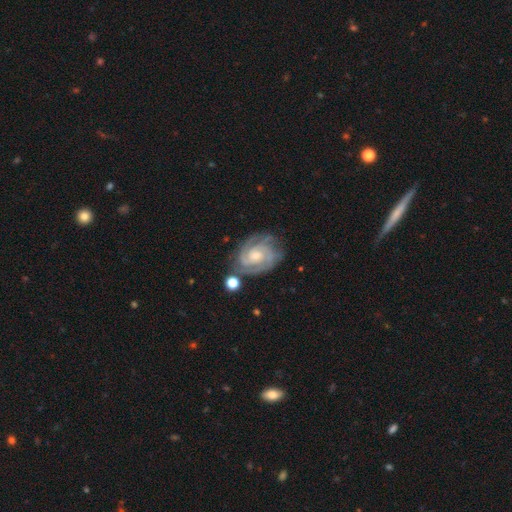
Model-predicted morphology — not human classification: Smooth or featured? Predicted: featured or disk (p=0.89). Edge-on disk? Predicted: no (p=0.98). Bar? Predicted: no (p=0.66). Spiral arms? Predicted: yes (p=0.98). Spiral winding? Predicted: tight (p=0.67). Spiral arm count? Predicted: 2 (p=0.43). Bulge size? Predicted: small (p=0.56). Merging? Predicted: none (p=0.71).